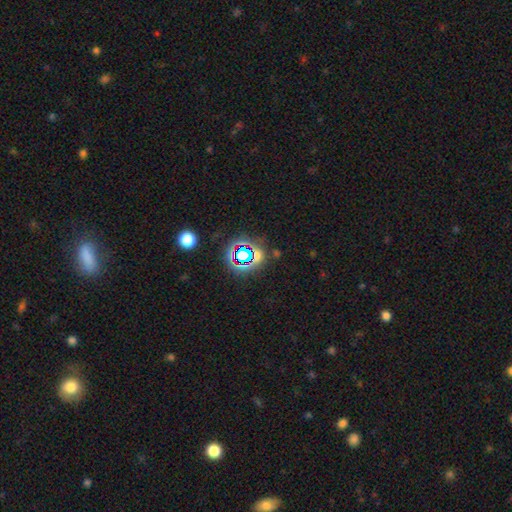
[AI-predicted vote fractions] Smooth or featured? star or artifact (65%)